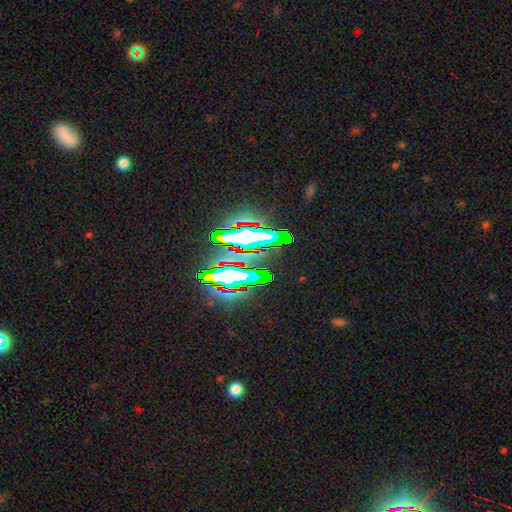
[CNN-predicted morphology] A star or artifact, not a galaxy (79%).